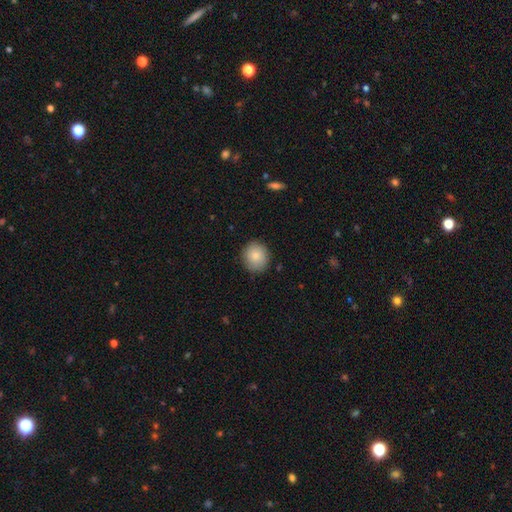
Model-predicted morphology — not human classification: The model was most divided on "how rounded": round: 86%, in between: 13%, cigar-shaped: 1%. More confident: merging — none (87%); smooth or featured — smooth (84%).